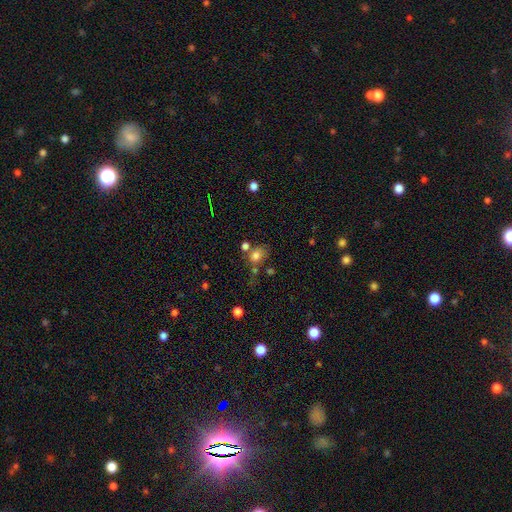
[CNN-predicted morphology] A smooth galaxy with no disk features (76%) that is round (51%). Merging: none (50%).